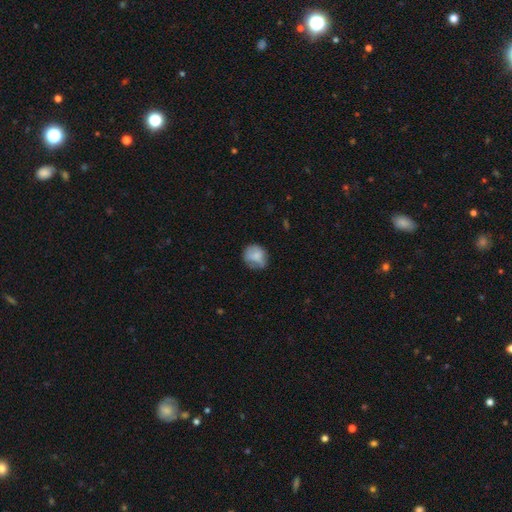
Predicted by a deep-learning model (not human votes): Smooth or featured? smooth (74%)
How rounded? round (73%)
Merging? none (56%)